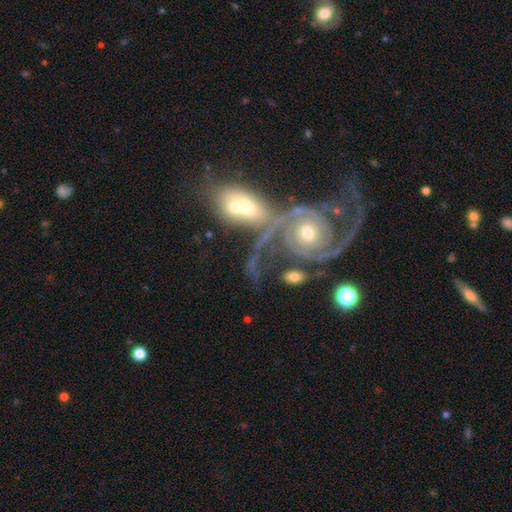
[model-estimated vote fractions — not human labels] This is clearly a featured or disk galaxy (86%). It is clearly not viewed edge-on (96%). Bar: likely no (64%). Spiral arm pattern: clearly yes (96%). Spiral arm count: likely 2 (70%). Spiral winding: marginally medium (44%). Central bulge: possibly moderate (54%). Merging: possibly merger (53%).